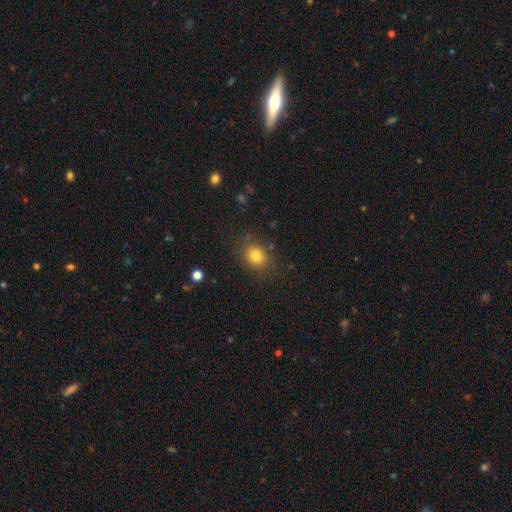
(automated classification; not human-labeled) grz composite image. It shows a smooth galaxy with no disk features (80%) that is round (68%). Merging: none (82%).